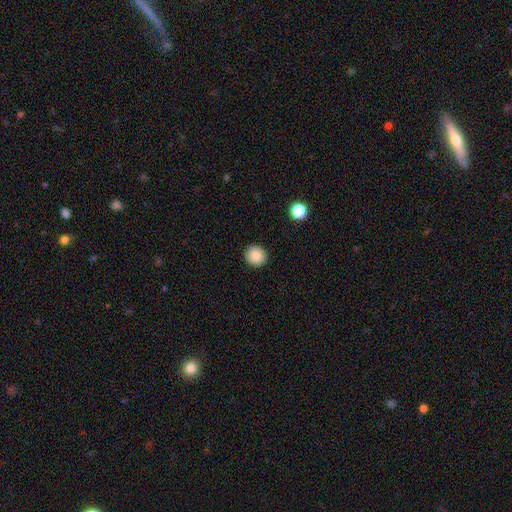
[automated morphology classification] Q: Smooth or featured?
A: smooth (87%); runner-up: star or artifact (9%)
Q: How rounded?
A: round (90%); runner-up: in between (9%)
Q: Merging?
A: none (92%); runner-up: minor disturbance (6%)